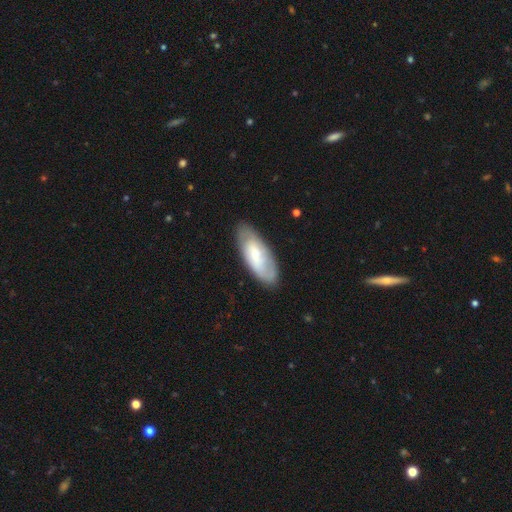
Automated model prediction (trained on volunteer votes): A smooth galaxy with no disk features (48%).

Vote fractions:
- Smooth or featured? smooth: 48% / featured or disk: 46% / star or artifact: 6%
- Merging? none: 78% / minor disturbance: 16% / major disturbance: 4% / merger: 1%